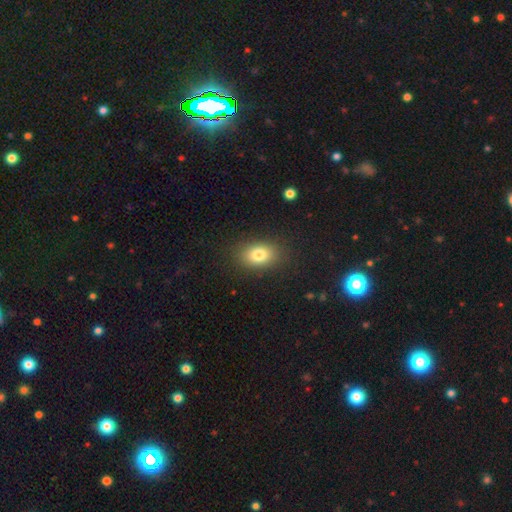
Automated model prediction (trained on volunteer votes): A smooth galaxy with no disk features (67%) that is in between round and cigar-shaped (68%). Merging: none (90%).